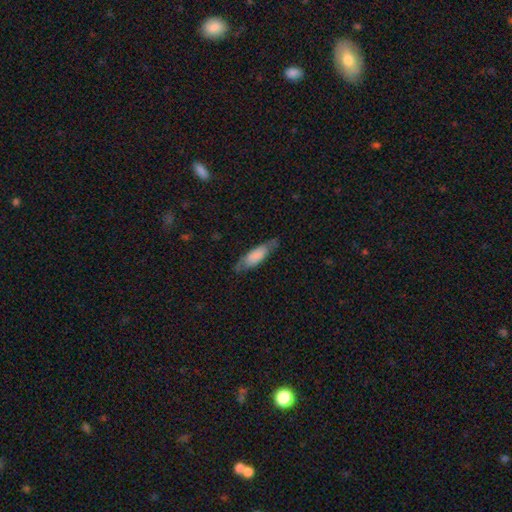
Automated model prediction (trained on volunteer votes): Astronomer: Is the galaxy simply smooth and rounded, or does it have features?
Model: smooth — 72%.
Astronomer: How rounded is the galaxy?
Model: in between — 55% (runner-up: cigar-shaped, 43%).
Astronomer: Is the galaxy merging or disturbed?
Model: none — 69%.